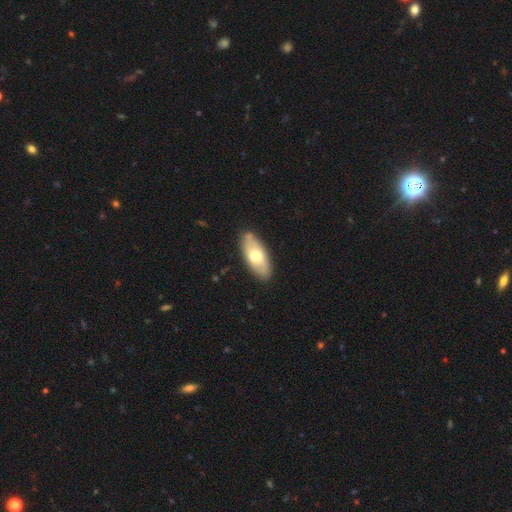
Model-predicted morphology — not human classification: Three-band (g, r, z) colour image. It shows a smooth galaxy with no disk features (64%) that is in between round and cigar-shaped (85%). Merging: none (84%).